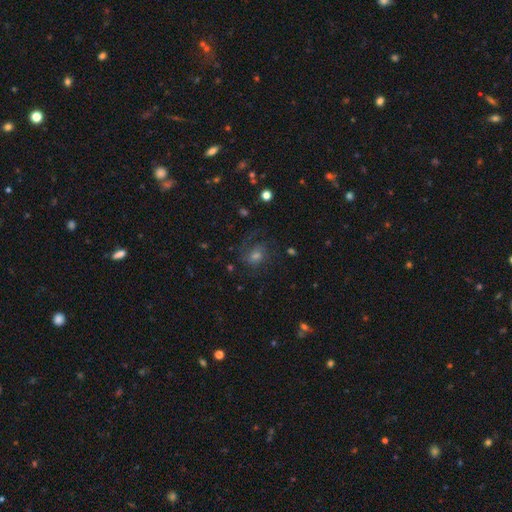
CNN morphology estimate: type=featured or disk (45%); merging=none (63%).